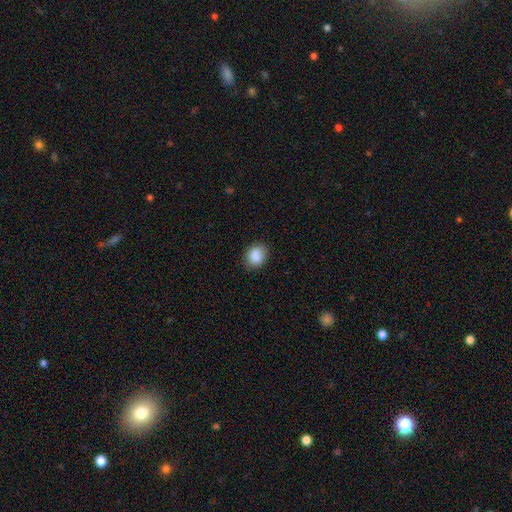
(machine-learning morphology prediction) Overall: smooth (87%). How rounded: in between (52%; round 47%). Merging: none (83%).